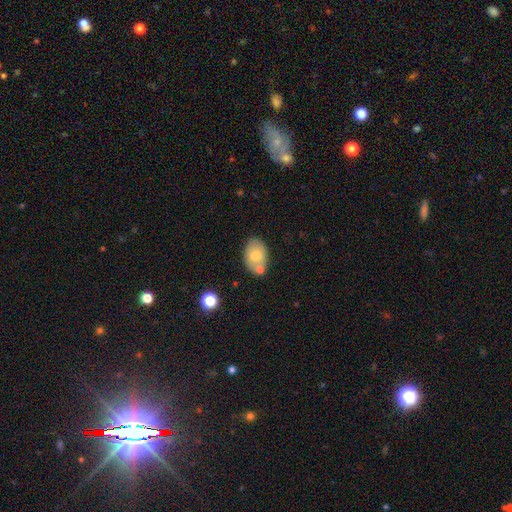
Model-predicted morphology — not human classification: This is likely a smooth galaxy (69%). How rounded: clearly in between (82%). Merging: likely none (62%).